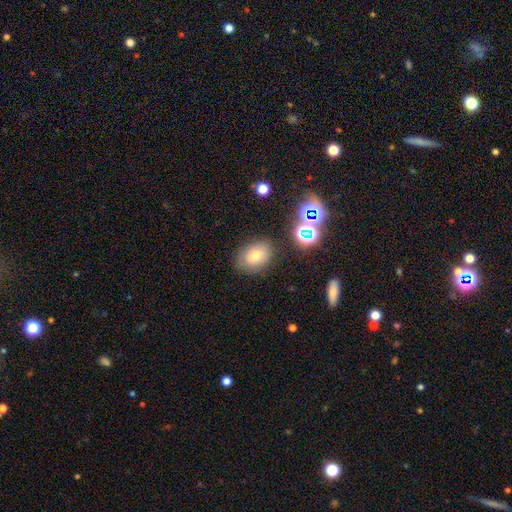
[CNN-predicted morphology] type=smooth (72%); roundness=in between (74%); merging=none (79%).